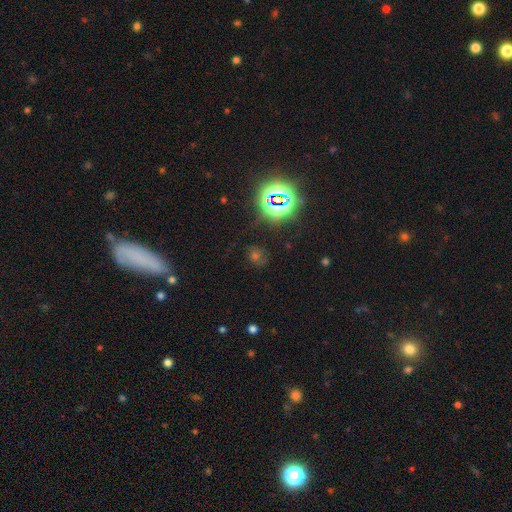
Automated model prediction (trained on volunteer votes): A star or artifact, not a galaxy (57%).